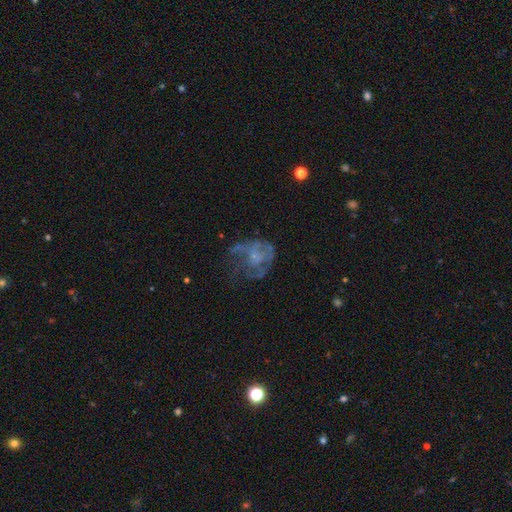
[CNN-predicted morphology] Q: Smooth or featured?
A: featured or disk (60%); runner-up: smooth (26%)
Q: Edge-on disk?
A: no (98%); runner-up: yes (2%)
Q: Bar?
A: no (84%); runner-up: weak (14%)
Q: Spiral arms?
A: no (65%); runner-up: yes (35%)
Q: Bulge size?
A: small (48%); runner-up: none (37%)
Q: Merging?
A: major disturbance (43%); runner-up: none (33%)